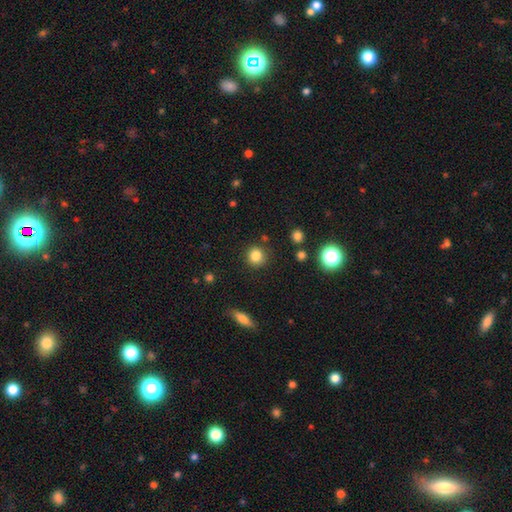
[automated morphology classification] Overall: smooth (83%). How rounded: round (91%). Merging: none (88%).